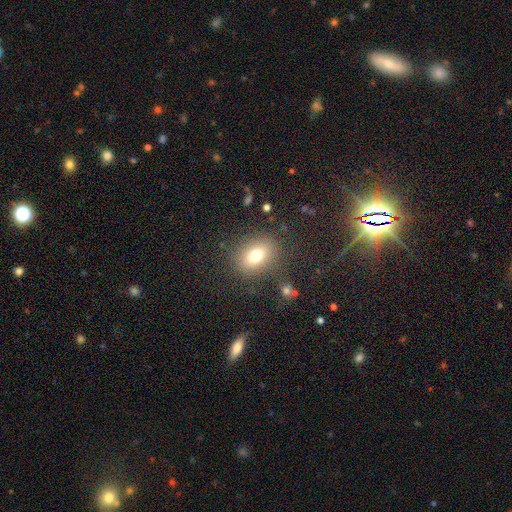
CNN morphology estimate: Q: Smooth or featured?
A: smooth (75%); runner-up: featured or disk (13%)
Q: How rounded?
A: in between (63%); runner-up: round (36%)
Q: Merging?
A: none (82%); runner-up: minor disturbance (11%)